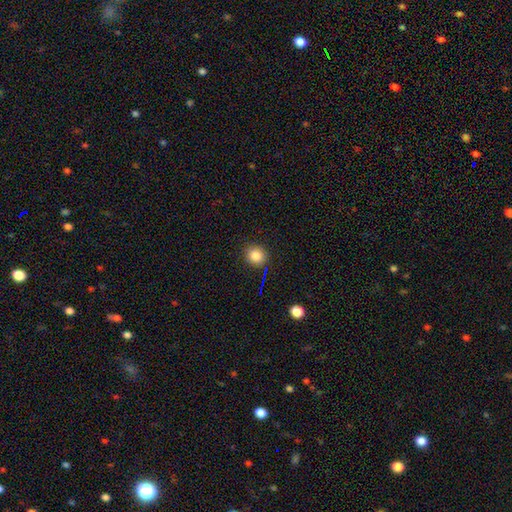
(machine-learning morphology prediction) A smooth galaxy with no disk features (83%) that is round (85%).

Vote fractions:
- Smooth or featured? smooth: 83% / star or artifact: 11% / featured or disk: 6%
- How rounded? round: 85% / in between: 14% / cigar-shaped: 1%
- Merging? none: 88% / minor disturbance: 8% / major disturbance: 2% / merger: 2%